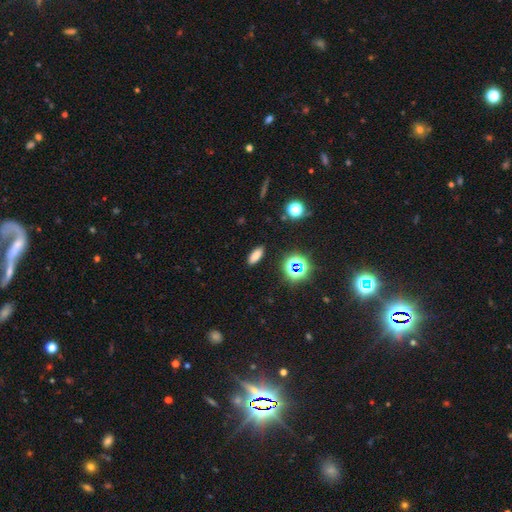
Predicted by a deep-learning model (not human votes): This appears to be a smooth galaxy with no disk features (73%) that is in between round and cigar-shaped (72%). Merging: none (89%).